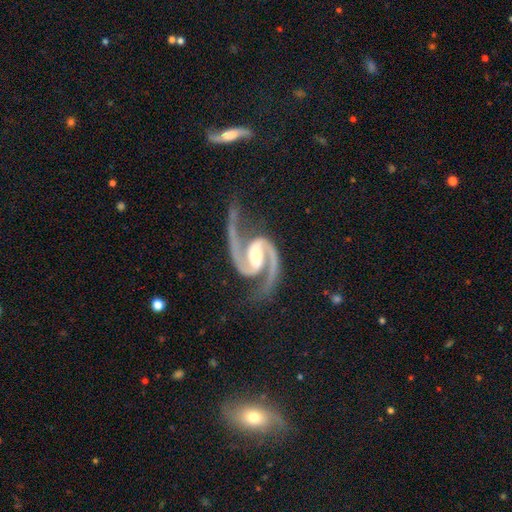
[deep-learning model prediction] A featured or disk galaxy (95%) with a strong bar (45%), 2 (95%) medium (65%) spiral arms (99%) and a moderate central bulge (61%). Merging: none (71%).